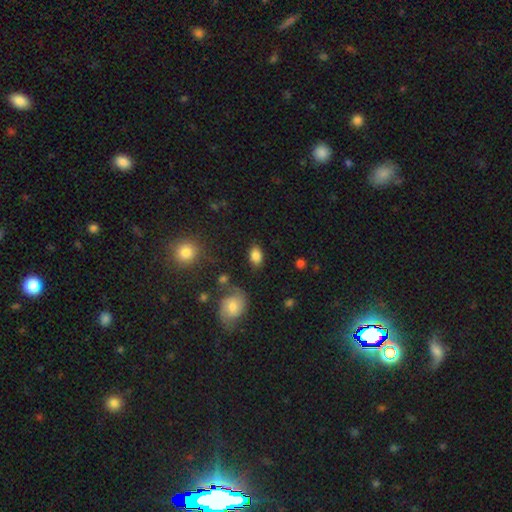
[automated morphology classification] The model was most divided on "merging": none: 82%, minor disturbance: 12%, major disturbance: 3%, merger: 3%. More confident: how rounded — in between (87%); smooth or featured — smooth (84%).